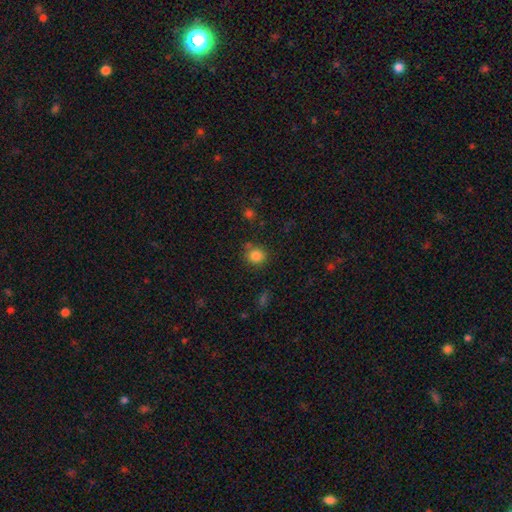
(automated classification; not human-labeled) Smooth or featured? Predicted: smooth (p=0.84). How rounded? Predicted: round (p=0.85). Merging? Predicted: none (p=0.76).